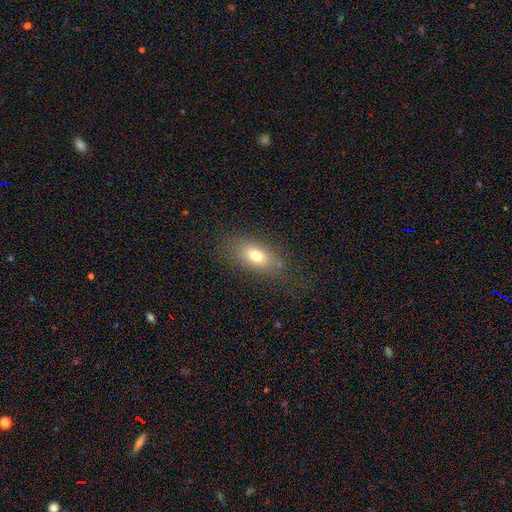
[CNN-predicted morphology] Overall: smooth (72%). How rounded: in between (82%). Merging: none (74%).